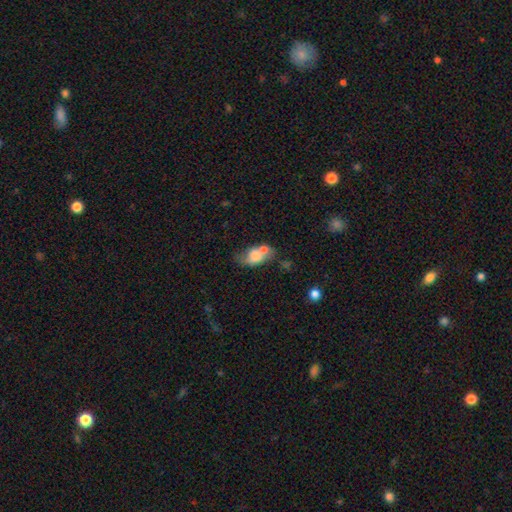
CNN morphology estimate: smooth 61%, featured or disk 29%, star or artifact 9%. Down the decision tree: how rounded — in between (77%); merging — merger (43%).